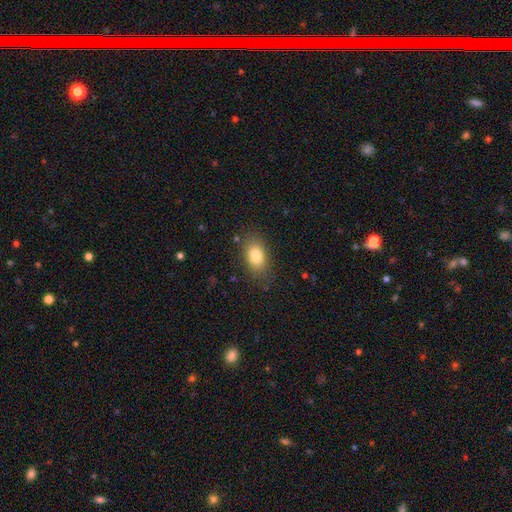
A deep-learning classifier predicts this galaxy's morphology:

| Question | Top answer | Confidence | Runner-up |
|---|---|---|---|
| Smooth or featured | smooth | 83% | featured or disk (9%) |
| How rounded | in between | 88% | round (10%) |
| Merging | none | 82% | minor disturbance (13%) |